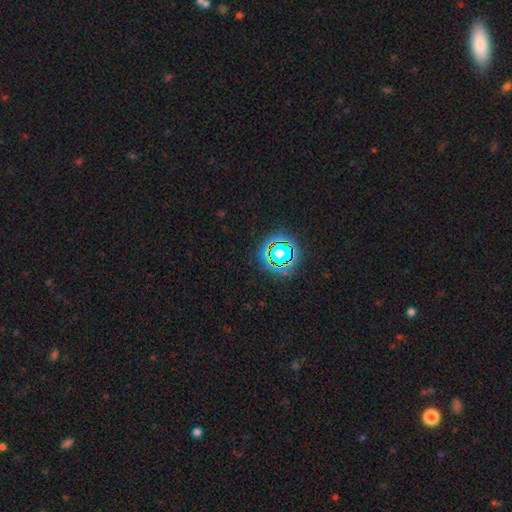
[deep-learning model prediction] Smooth or featured? star or artifact (79%)